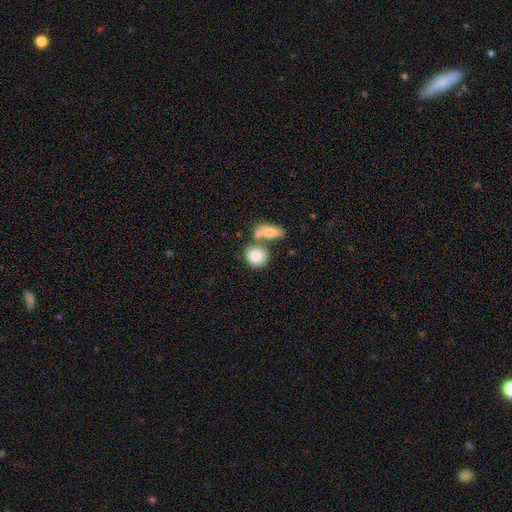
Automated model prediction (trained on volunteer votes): A smooth galaxy with no disk features (81%) that is round (60%).

Vote fractions:
- Smooth or featured? smooth: 81% / featured or disk: 12% / star or artifact: 7%
- How rounded? round: 60% / in between: 38% / cigar-shaped: 2%
- Merging? none: 43% / merger: 42% / minor disturbance: 11% / major disturbance: 4%